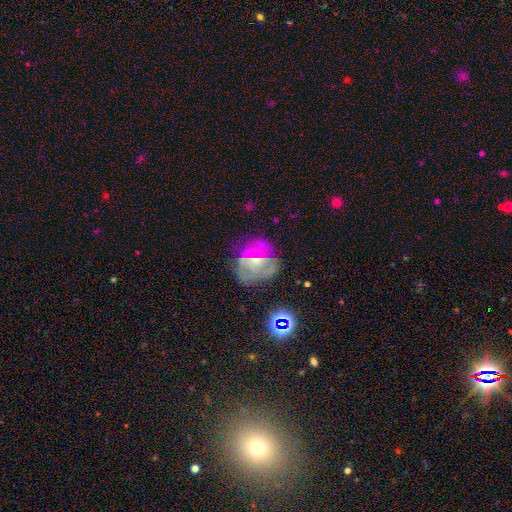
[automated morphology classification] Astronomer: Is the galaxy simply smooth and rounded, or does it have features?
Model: featured or disk — 56%.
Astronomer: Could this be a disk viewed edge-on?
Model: no — 96%.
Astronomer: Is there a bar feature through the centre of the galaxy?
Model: no — 47% (runner-up: weak, 40%).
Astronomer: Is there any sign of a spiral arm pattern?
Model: yes — 58% (runner-up: no, 42%).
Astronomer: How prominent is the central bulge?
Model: small — 57% (runner-up: moderate, 34%).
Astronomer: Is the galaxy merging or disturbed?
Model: none — 64%.